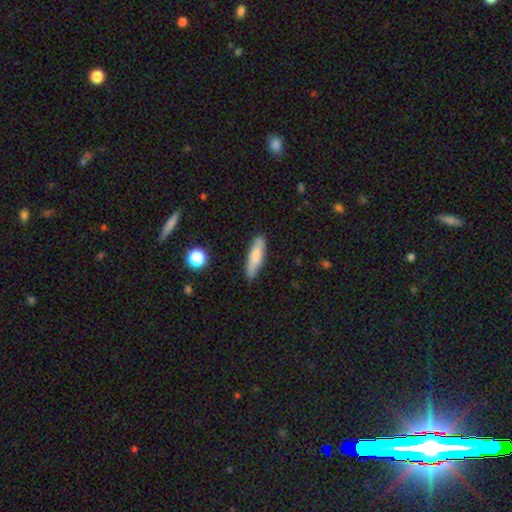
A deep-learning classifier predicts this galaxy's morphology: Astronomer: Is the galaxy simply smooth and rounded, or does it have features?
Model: smooth — 74%.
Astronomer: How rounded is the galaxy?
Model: cigar-shaped — 65%.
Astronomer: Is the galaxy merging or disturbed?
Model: none — 82%.